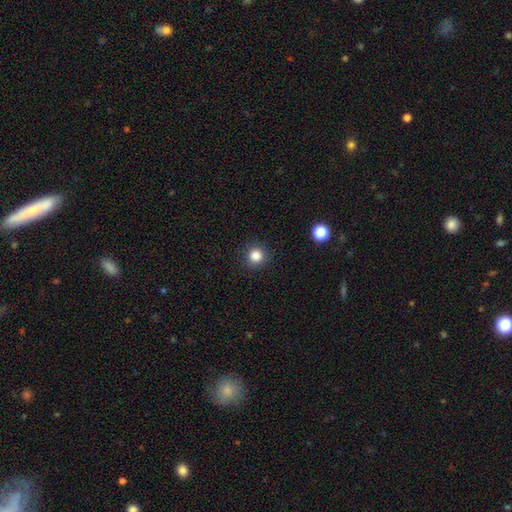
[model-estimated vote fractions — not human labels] This is clearly a smooth galaxy (84%). How rounded: clearly round (93%). Merging: clearly none (89%).